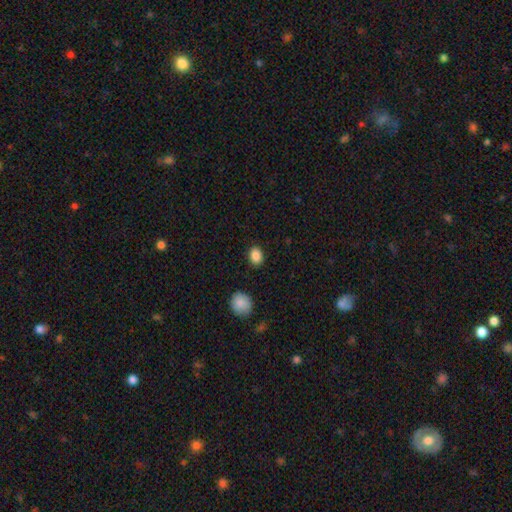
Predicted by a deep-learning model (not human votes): smooth_or_featured: smooth (p=0.88) [alt: star or artifact p=0.09]
how_rounded: in between (p=0.59) [alt: round p=0.40]
merging: none (p=0.88) [alt: minor disturbance p=0.08]